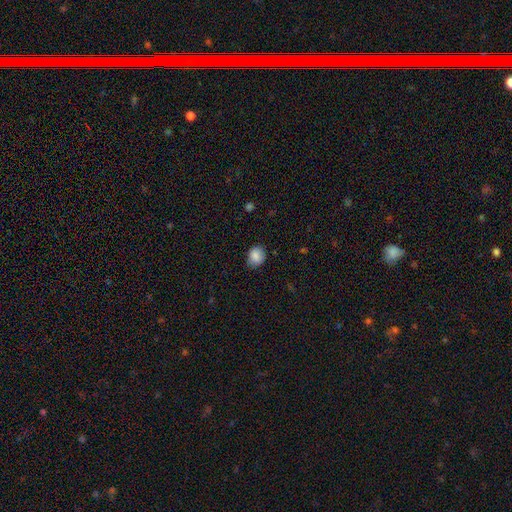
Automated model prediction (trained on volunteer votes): This appears to be a smooth galaxy with no disk features (86%) that is round (62%). Merging: none (76%).